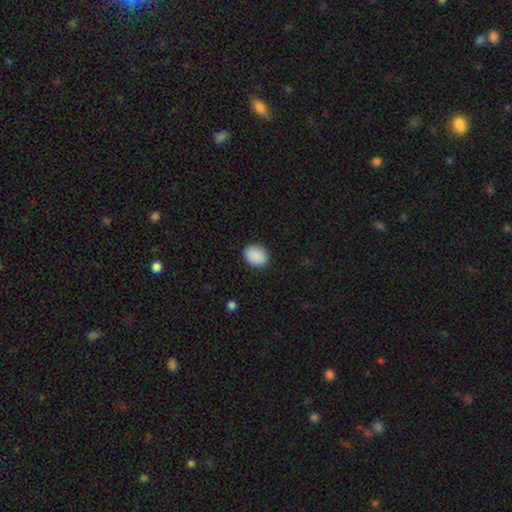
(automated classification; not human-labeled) Q: Smooth or featured?
A: smooth (90%); runner-up: star or artifact (7%)
Q: How rounded?
A: in between (59%); runner-up: round (40%)
Q: Merging?
A: none (89%); runner-up: minor disturbance (8%)